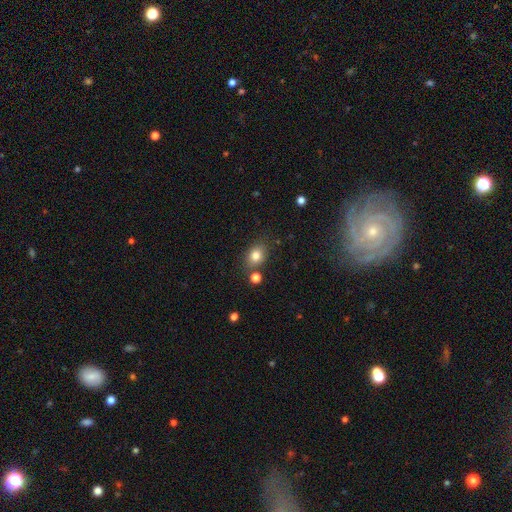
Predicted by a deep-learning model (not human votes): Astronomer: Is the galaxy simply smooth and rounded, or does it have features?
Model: smooth — 81%.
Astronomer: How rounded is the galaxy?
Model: in between — 58% (runner-up: round, 40%).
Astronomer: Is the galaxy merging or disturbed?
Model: none — 73%.